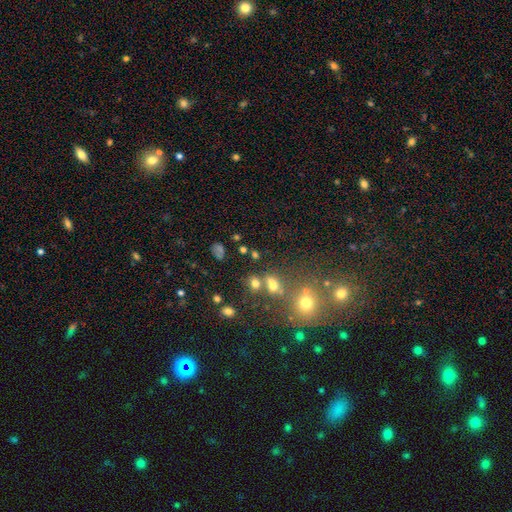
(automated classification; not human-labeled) The model was most divided on "smooth or featured": smooth: 48%, star or artifact: 39%, featured or disk: 13%. More confident: merging — none (60%).